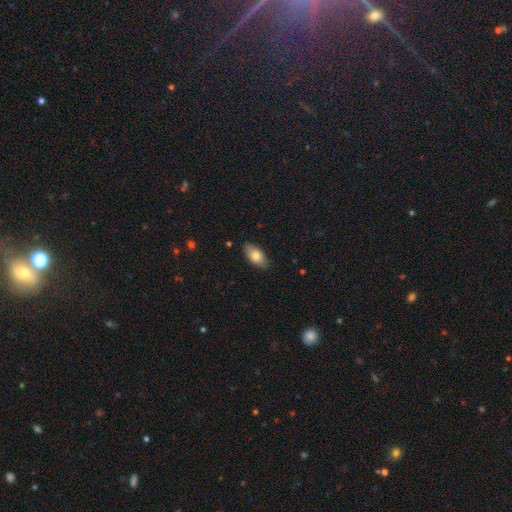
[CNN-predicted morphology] Overall: smooth (77%). How rounded: in between (90%). Merging: none (84%).